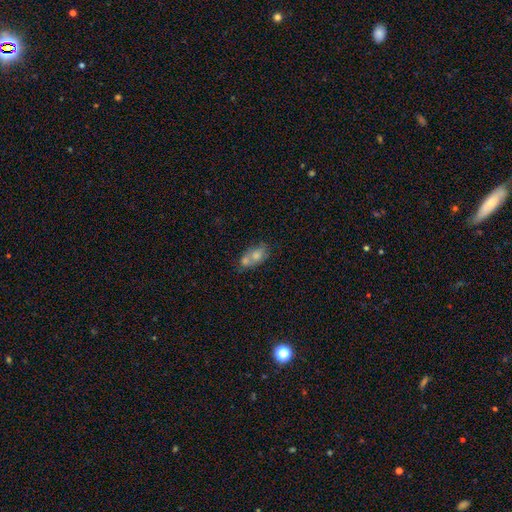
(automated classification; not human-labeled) The model was most divided on "merging": merger: 57%, none: 26%, minor disturbance: 12%, major disturbance: 5%. More confident: how rounded — in between (76%); smooth or featured — smooth (67%).